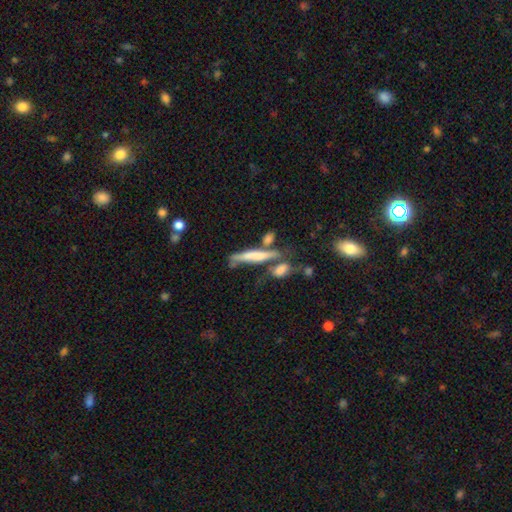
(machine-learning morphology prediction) smooth-or-featured: smooth: 54% | featured or disk: 38% | star or artifact: 8%
  how-rounded: cigar-shaped: 85% | in between: 12% | round: 3%
  merging: none: 49% | merger: 26% | minor disturbance: 16% | major disturbance: 9%